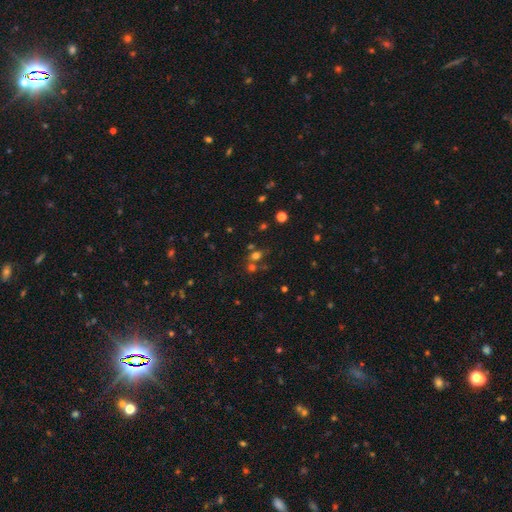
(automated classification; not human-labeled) A smooth galaxy with no disk features (59%) that is round (70%). Merging: none (50%).